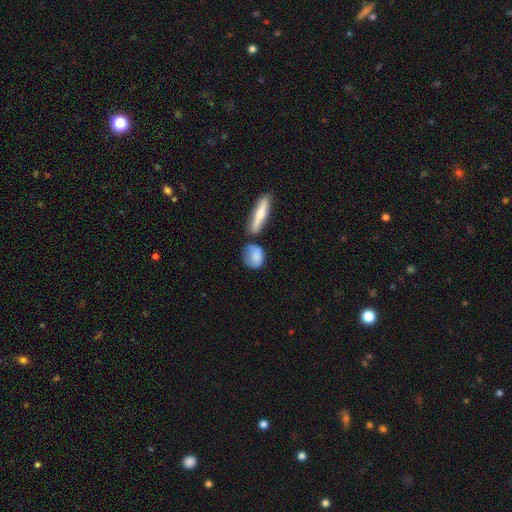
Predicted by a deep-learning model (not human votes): Smooth or featured?
  - smooth: 77% *
  - featured or disk: 16%
  - star or artifact: 7%
How rounded?
  - in between: 50% *
  - round: 42%
  - cigar-shaped: 8%
Merging?
  - none: 49% *
  - minor disturbance: 26%
  - merger: 15%
  - major disturbance: 10%